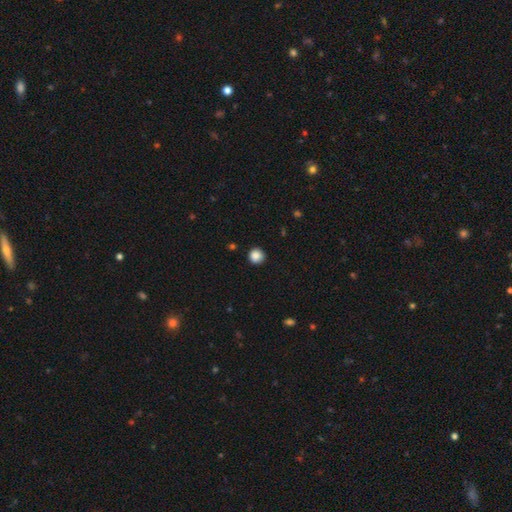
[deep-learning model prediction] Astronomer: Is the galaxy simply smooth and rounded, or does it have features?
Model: smooth — 87%.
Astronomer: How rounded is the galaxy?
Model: round — 94%.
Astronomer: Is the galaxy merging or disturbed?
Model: none — 91%.